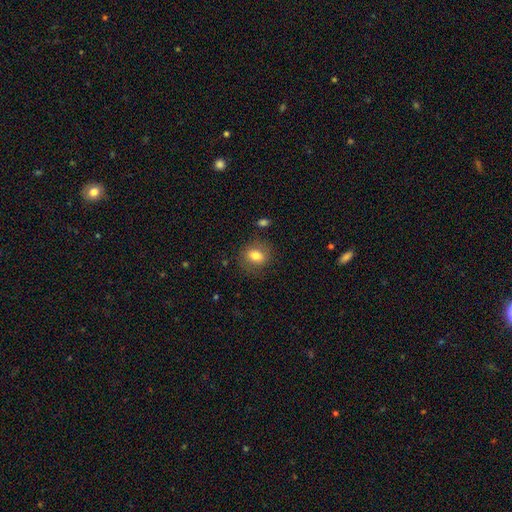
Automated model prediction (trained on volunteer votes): Overall: smooth (78%). How rounded: in between (54%; round 44%). Merging: none (80%).